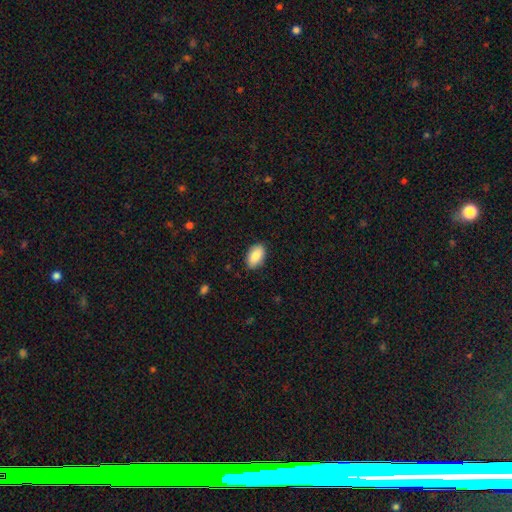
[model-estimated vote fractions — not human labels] Q: Smooth or featured?
A: smooth (87%); runner-up: featured or disk (7%)
Q: How rounded?
A: in between (94%); runner-up: round (4%)
Q: Merging?
A: none (86%); runner-up: minor disturbance (10%)